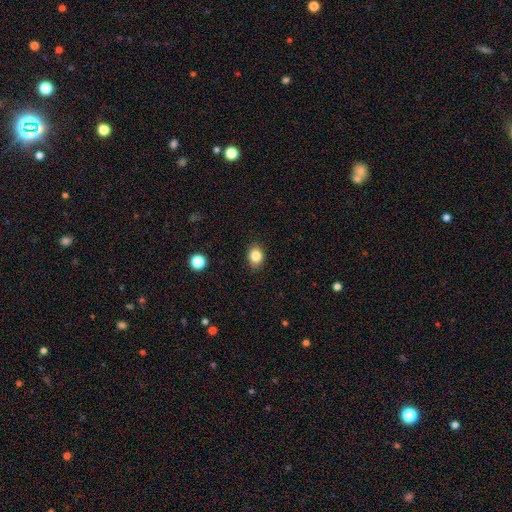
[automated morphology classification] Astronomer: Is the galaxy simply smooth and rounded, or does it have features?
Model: smooth — 84%.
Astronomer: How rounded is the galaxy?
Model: in between — 57% (runner-up: round, 42%).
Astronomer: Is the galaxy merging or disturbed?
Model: none — 87%.